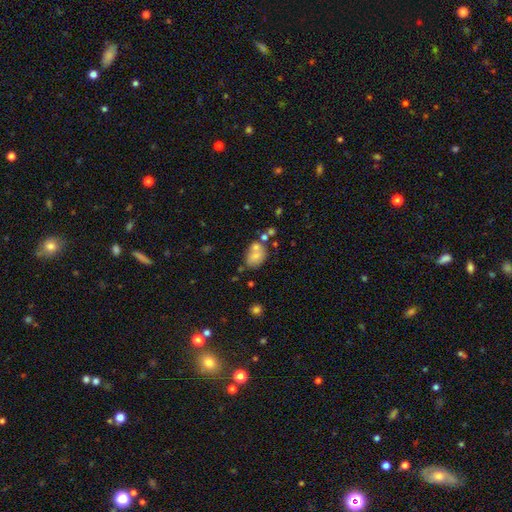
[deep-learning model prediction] The model was most divided on "merging": none: 42%, merger: 33%, minor disturbance: 18%, major disturbance: 7%. More confident: smooth or featured — smooth (69%); how rounded — in between (69%).